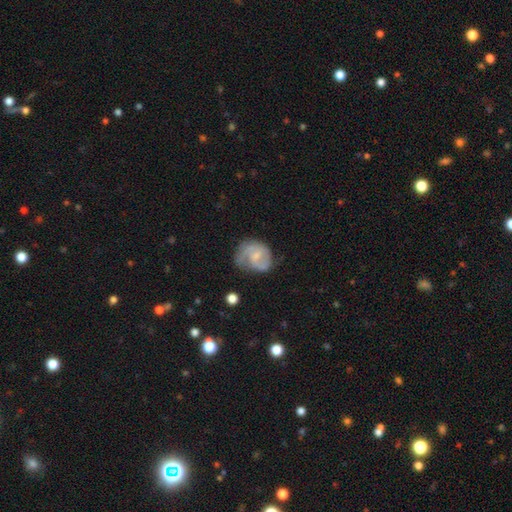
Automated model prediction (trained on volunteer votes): The model was most divided on "bar": weak: 47%, no: 45%, strong: 8%. Remaining: edge-on disk — no (98%); spiral arms — yes (89%); smooth or featured — featured or disk (70%); spiral arm count — 2 (64%); bulge size — small (53%); merging — none (53%); spiral winding — medium (46%).